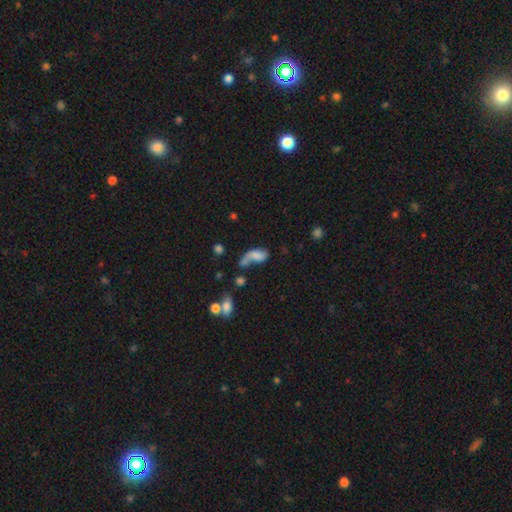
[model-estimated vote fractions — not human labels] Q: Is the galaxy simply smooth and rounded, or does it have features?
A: smooth — 58%.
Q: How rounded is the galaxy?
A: in between — 84%.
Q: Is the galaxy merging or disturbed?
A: major disturbance — 37%.